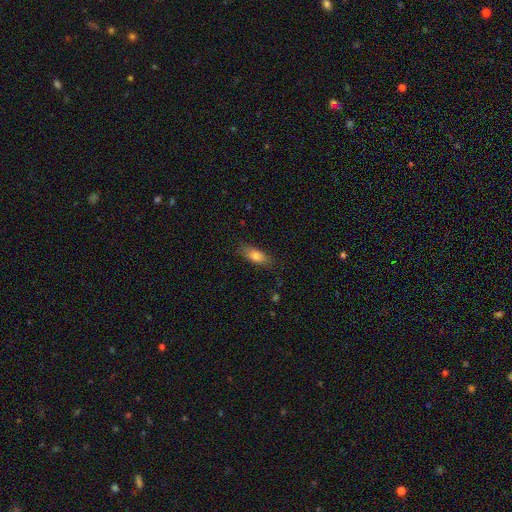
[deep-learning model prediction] Smooth or featured? smooth (76%)
How rounded? in between (76%)
Merging? none (80%)